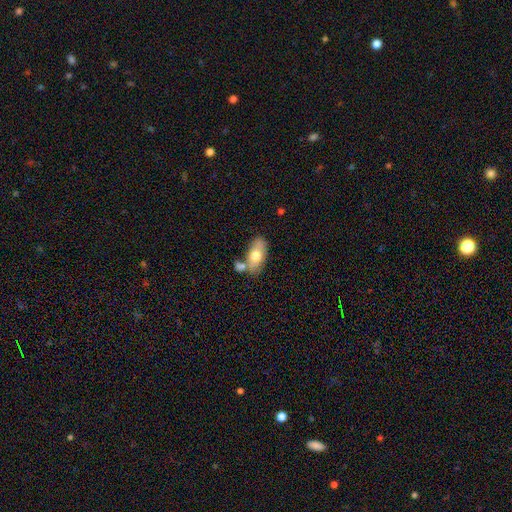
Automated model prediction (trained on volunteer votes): Smooth or featured?
  - smooth: 66% *
  - featured or disk: 28%
  - star or artifact: 6%
How rounded?
  - in between: 90% *
  - cigar-shaped: 6%
  - round: 4%
Merging?
  - none: 51% *
  - merger: 26%
  - minor disturbance: 17%
  - major disturbance: 6%